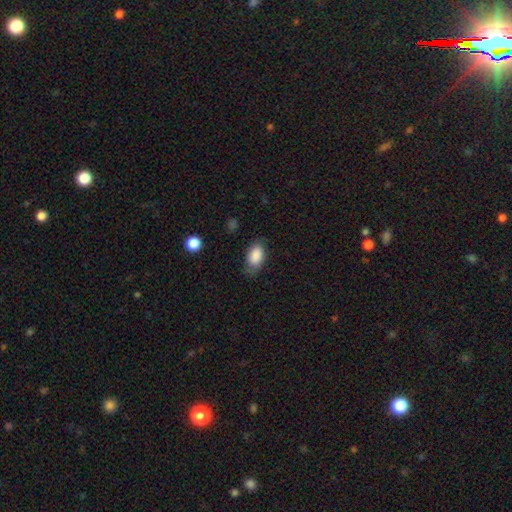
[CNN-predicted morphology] Overall: smooth (85%). How rounded: in between (92%). Merging: none (71%).